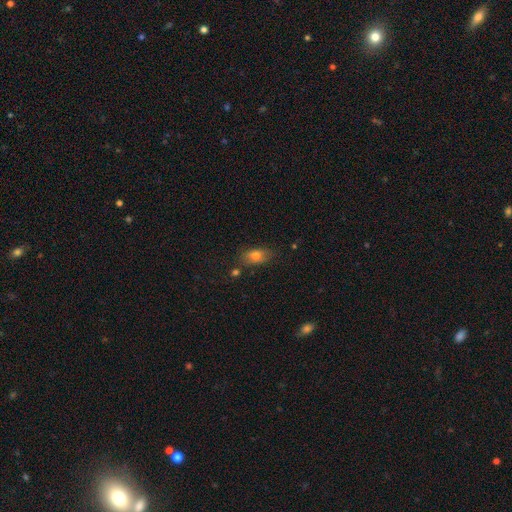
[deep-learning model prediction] Overall: smooth (75%). How rounded: in between (83%). Merging: none (73%).